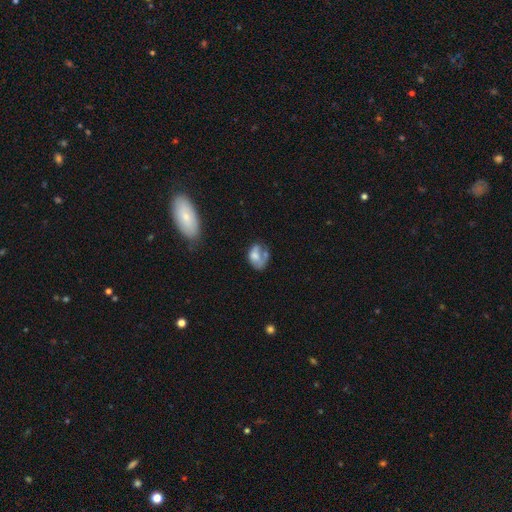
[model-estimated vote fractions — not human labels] Morphology: type=smooth (55%); roundness=in between (75%); merging=major disturbance (28%, tied with none).